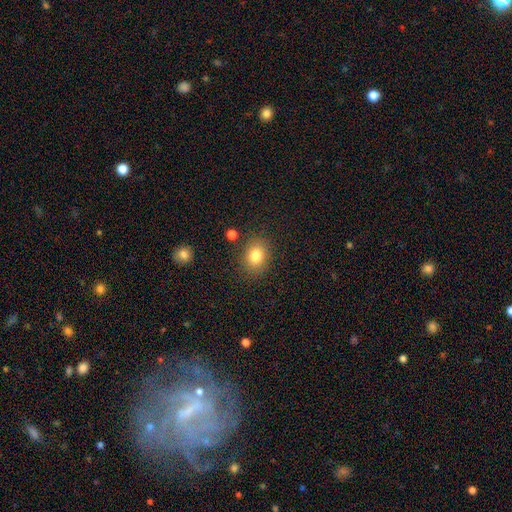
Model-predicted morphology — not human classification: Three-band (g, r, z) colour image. It shows a smooth galaxy with no disk features (82%) that is in between round and cigar-shaped (55%). Merging: none (82%).